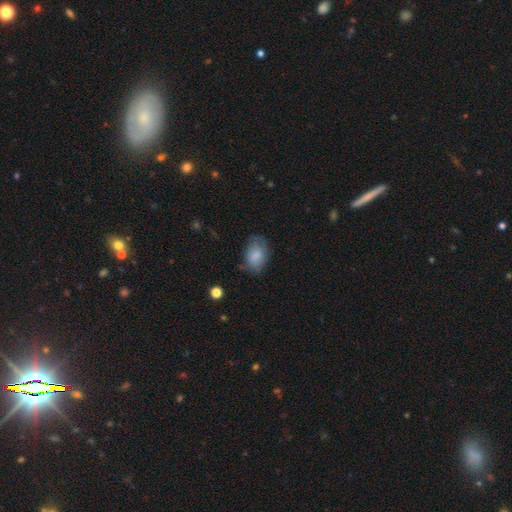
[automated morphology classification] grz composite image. It shows a smooth galaxy with no disk features (78%) that is in between round and cigar-shaped (83%). Merging: none (60%).